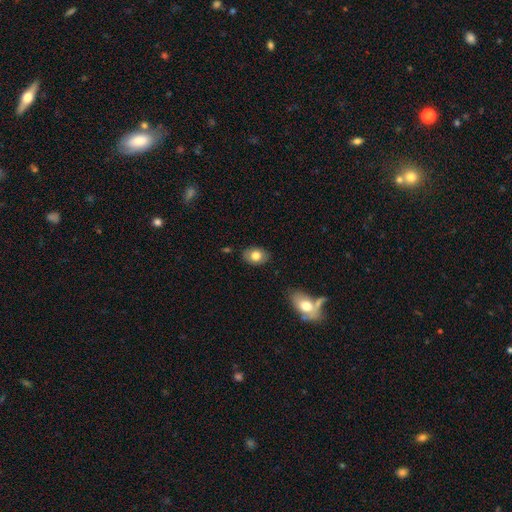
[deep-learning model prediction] Overall: smooth (79%). How rounded: in between (74%). Merging: none (84%).